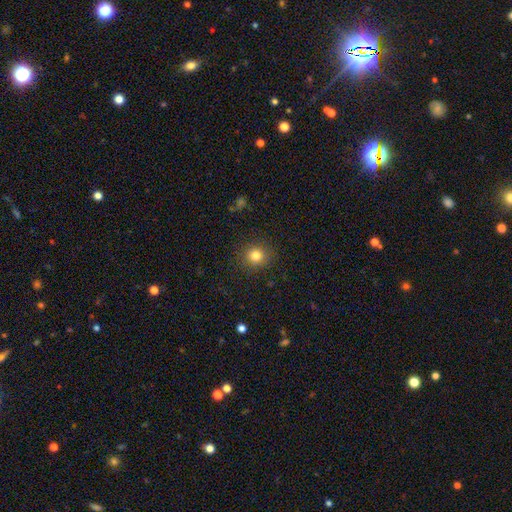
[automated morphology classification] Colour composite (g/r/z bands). It shows a smooth galaxy with no disk features (81%) that is round (88%). Merging: none (89%).